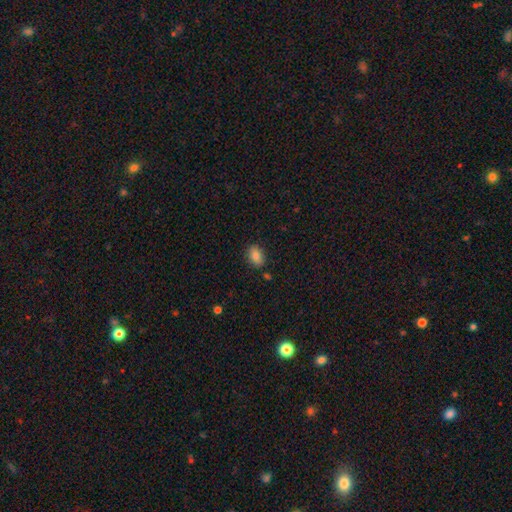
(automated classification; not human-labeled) Overall: smooth (83%). How rounded: in between (80%). Merging: none (85%).